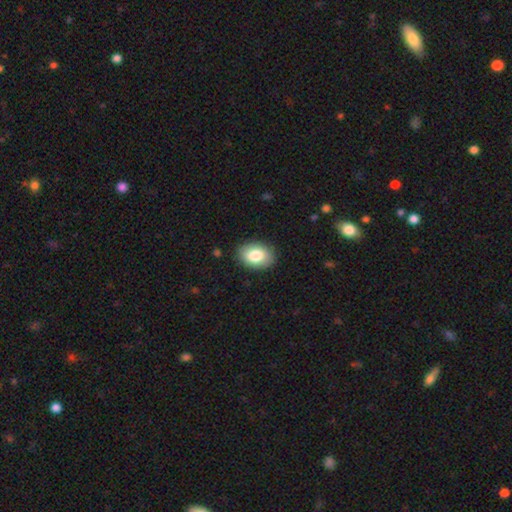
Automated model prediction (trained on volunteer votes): This appears to be a smooth galaxy with no disk features (82%) that is in between round and cigar-shaped (77%). Merging: none (88%).